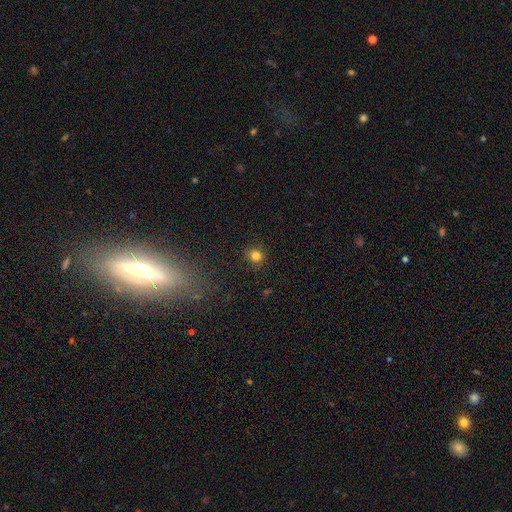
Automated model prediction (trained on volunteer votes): Overall: smooth (81%). How rounded: round (88%). Merging: none (87%).